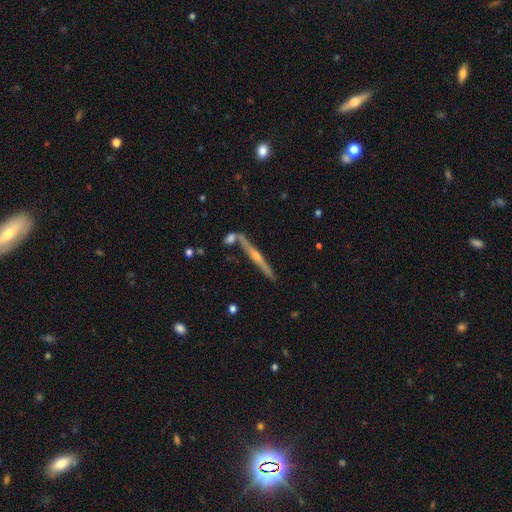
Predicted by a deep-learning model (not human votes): smooth_or_featured: featured or disk (p=0.81) [alt: smooth p=0.13]
disk_edge_on: yes (p=0.98) [alt: no p=0.02]
edge_on_bulge: rounded (p=0.84) [alt: none p=0.11]
merging: none (p=0.82) [alt: minor disturbance p=0.08]